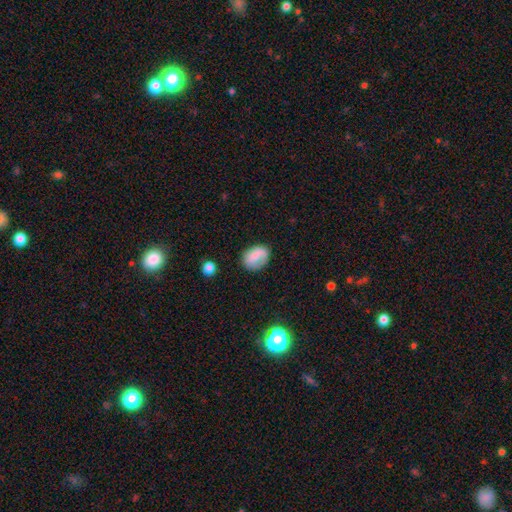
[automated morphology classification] Smooth or featured? smooth (73%)
How rounded? in between (69%)
Merging? none (68%)